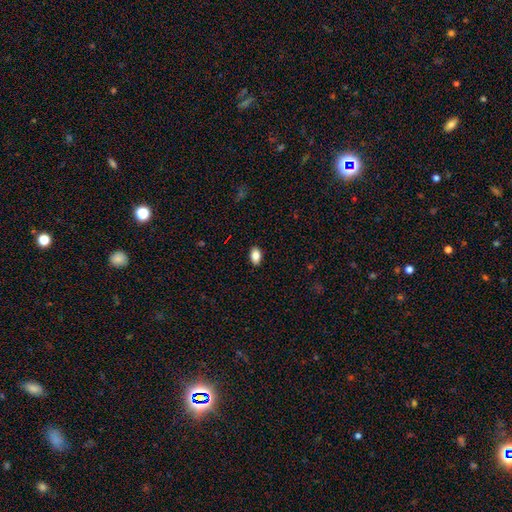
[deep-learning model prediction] Smooth or featured? smooth (86%)
How rounded? in between (89%)
Merging? none (89%)